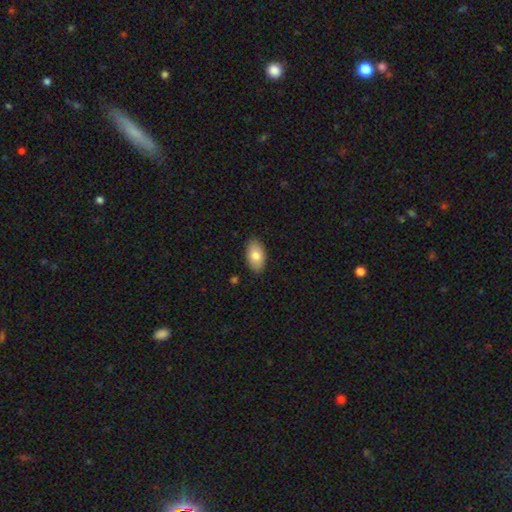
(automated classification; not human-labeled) A smooth galaxy with no disk features (80%) that is in between round and cigar-shaped (94%). Merging: none (88%).